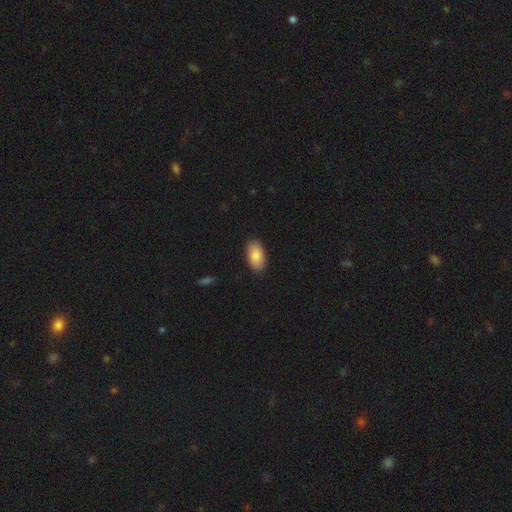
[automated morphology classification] The model was most divided on "smooth or featured": smooth: 85%, featured or disk: 8%, star or artifact: 6%. More confident: how rounded — in between (94%); merging — none (88%).